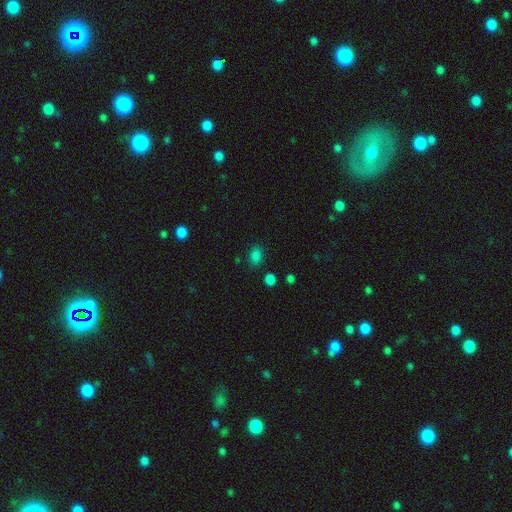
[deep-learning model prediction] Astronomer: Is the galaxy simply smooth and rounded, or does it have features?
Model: smooth — 81%.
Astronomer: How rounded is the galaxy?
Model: in between — 74%.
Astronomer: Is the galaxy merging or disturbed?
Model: none — 81%.